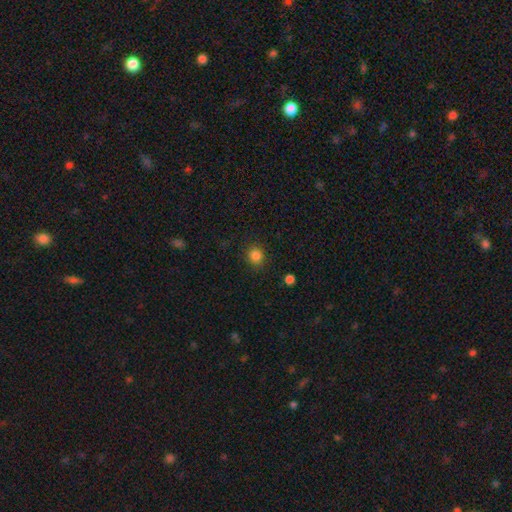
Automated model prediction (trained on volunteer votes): Smooth or featured? smooth (84%)
How rounded? round (86%)
Merging? none (88%)